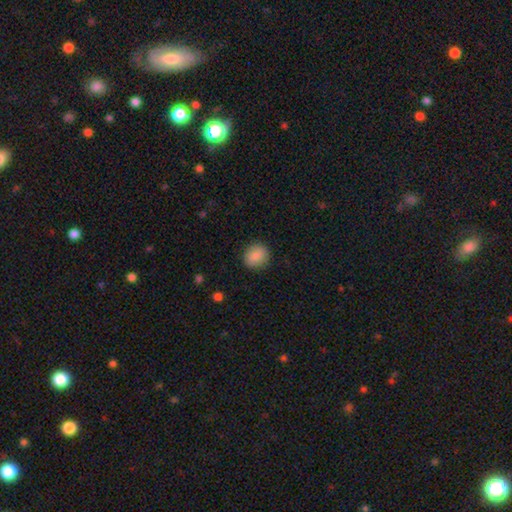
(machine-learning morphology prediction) Smooth or featured? smooth (86%)
How rounded? round (81%)
Merging? none (88%)